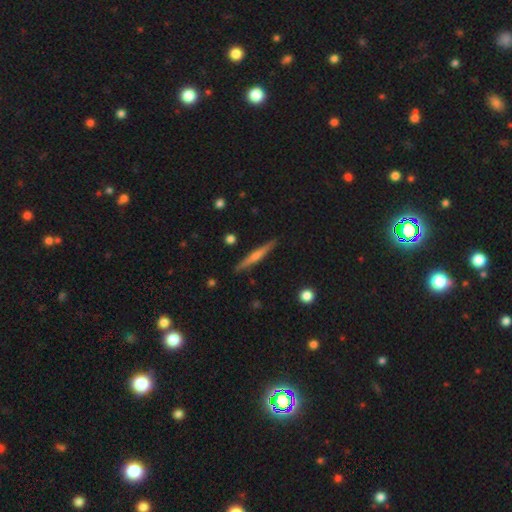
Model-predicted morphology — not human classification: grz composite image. It shows a featured or disk galaxy (62%) viewed edge-on (98%) with a rounded central bulge (69%). Merging: none (91%).